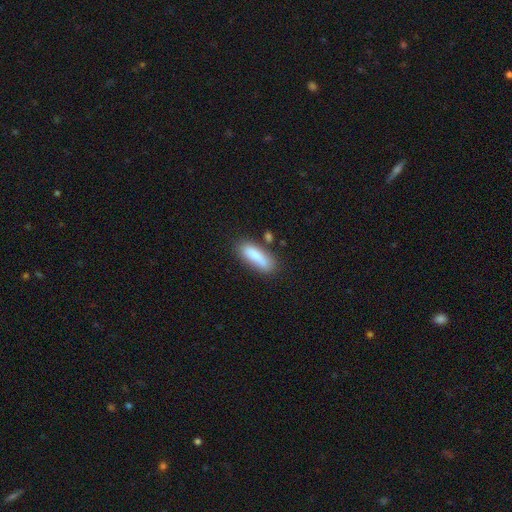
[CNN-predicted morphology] type=smooth (82%); roundness=in between (53%); merging=none (65%).